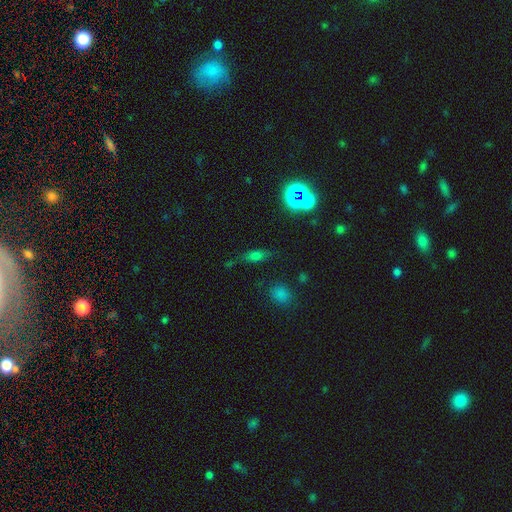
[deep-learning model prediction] This is possibly a smooth galaxy (55%). How rounded: possibly in between (57%). Merging: likely none (72%).